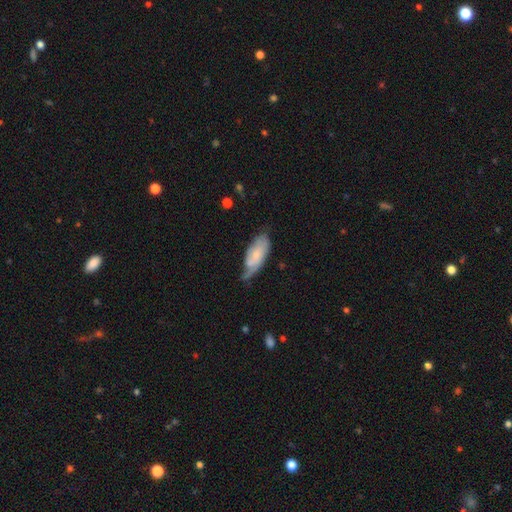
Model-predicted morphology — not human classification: Overall: featured or disk (48%; smooth 45%). Merging: none (45%; minor disturbance 37%).